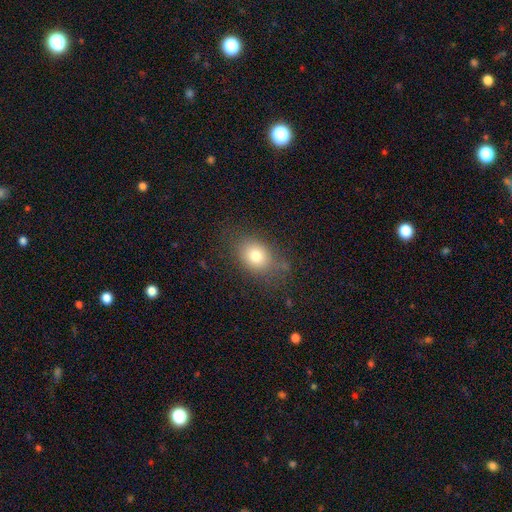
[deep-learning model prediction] smooth_or_featured: smooth (p=0.77) [alt: star or artifact p=0.12]
how_rounded: in between (p=0.60) [alt: round p=0.39]
merging: none (p=0.71) [alt: minor disturbance p=0.20]